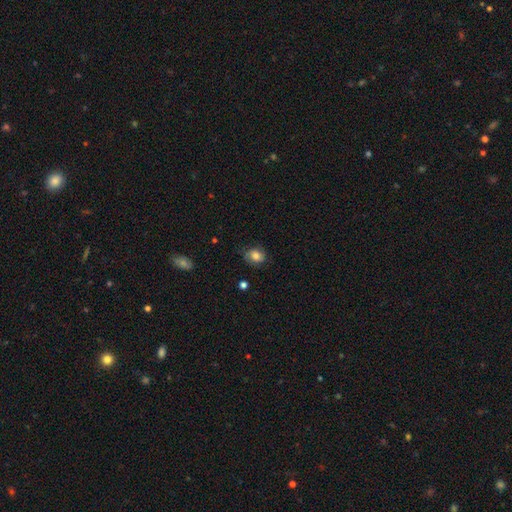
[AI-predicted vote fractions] A smooth galaxy with no disk features (74%) that is round (58%). Merging: none (69%).